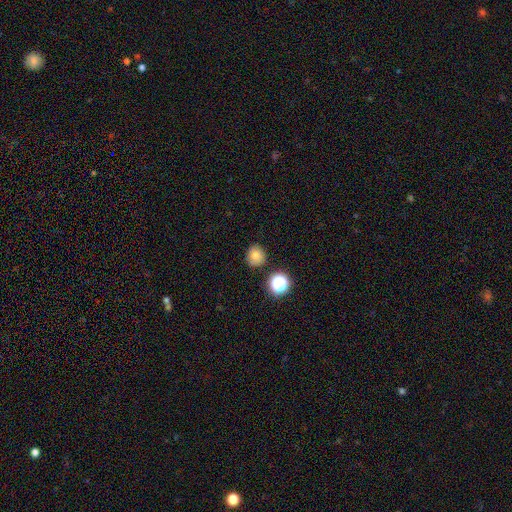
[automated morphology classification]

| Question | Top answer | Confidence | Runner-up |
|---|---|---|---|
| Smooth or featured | smooth | 79% | star or artifact (14%) |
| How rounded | round | 86% | in between (13%) |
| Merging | none | 82% | minor disturbance (12%) |